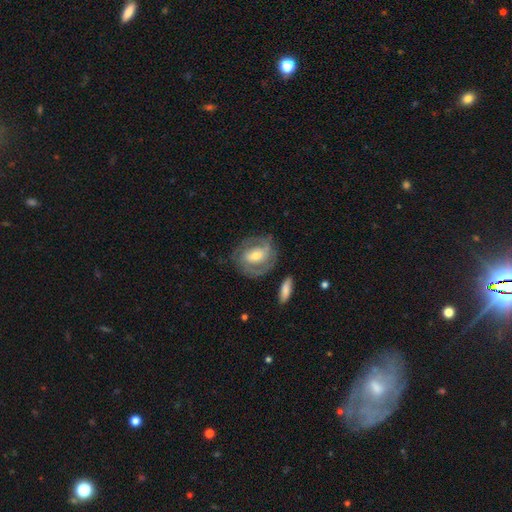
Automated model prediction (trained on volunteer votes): Q: Smooth or featured?
A: featured or disk (78%); runner-up: smooth (16%)
Q: Edge-on disk?
A: no (96%); runner-up: yes (4%)
Q: Bar?
A: weak (42%); runner-up: no (33%)
Q: Spiral arms?
A: yes (90%); runner-up: no (10%)
Q: Spiral winding?
A: tight (52%); runner-up: medium (38%)
Q: Spiral arm count?
A: 2 (66%); runner-up: can't tell (17%)
Q: Bulge size?
A: moderate (53%); runner-up: small (38%)
Q: Merging?
A: none (74%); runner-up: minor disturbance (15%)